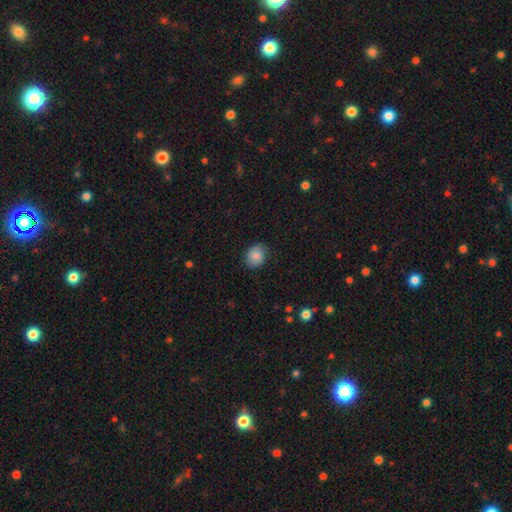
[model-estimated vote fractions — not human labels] This is clearly a smooth galaxy (85%). How rounded: possibly round (56%). Merging: clearly none (80%).